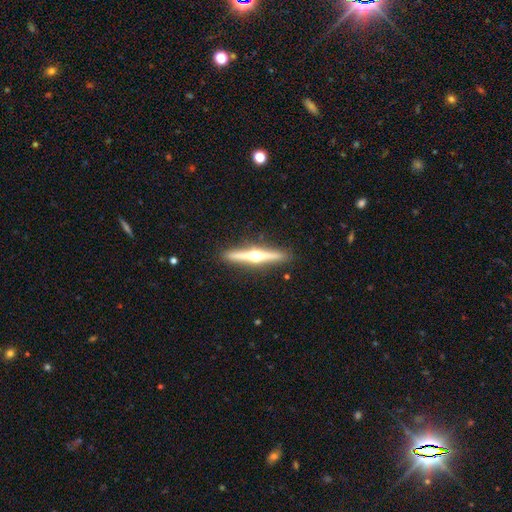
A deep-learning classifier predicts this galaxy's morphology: Smooth or featured? featured or disk (79%)
Edge-on disk? yes (98%)
Edge-on bulge? rounded (96%)
Merging? none (91%)